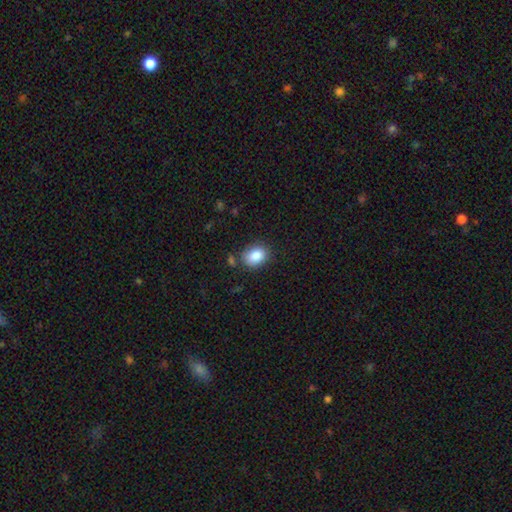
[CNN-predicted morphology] Smooth or featured? smooth (87%)
How rounded? in between (67%)
Merging? none (78%)